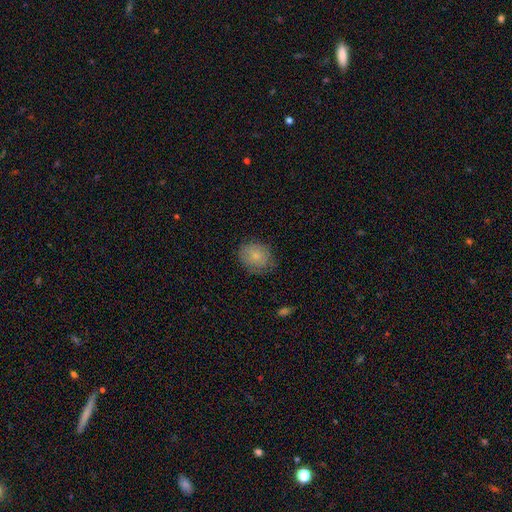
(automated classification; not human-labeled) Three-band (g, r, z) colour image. It shows a smooth galaxy with no disk features (77%) that is round (63%). Merging: none (74%).